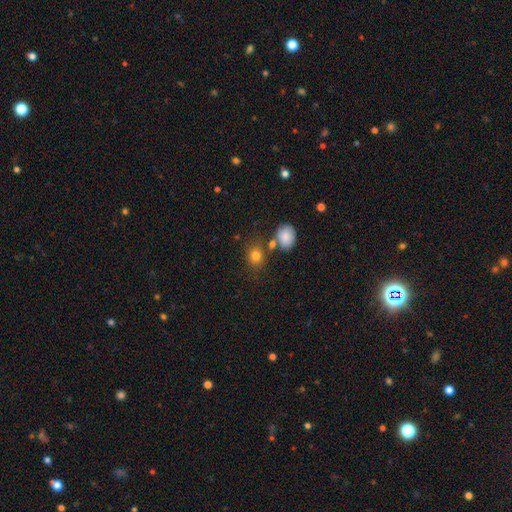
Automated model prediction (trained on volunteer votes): Overall: smooth (80%). How rounded: round (58%; in between 41%). Merging: none (67%).